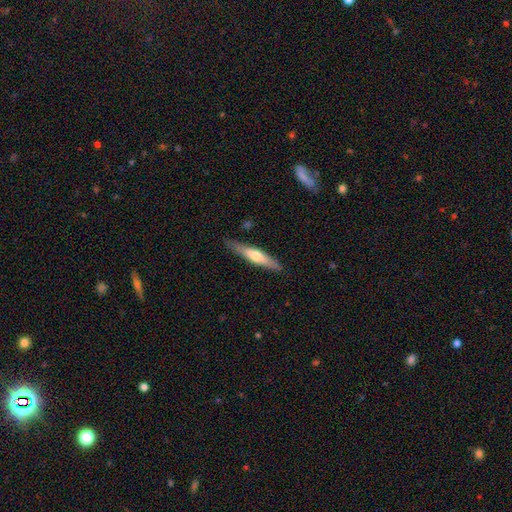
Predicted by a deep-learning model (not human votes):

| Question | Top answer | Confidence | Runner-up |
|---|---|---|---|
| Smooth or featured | smooth | 49% | featured or disk (45%) |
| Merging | none | 86% | minor disturbance (11%) |